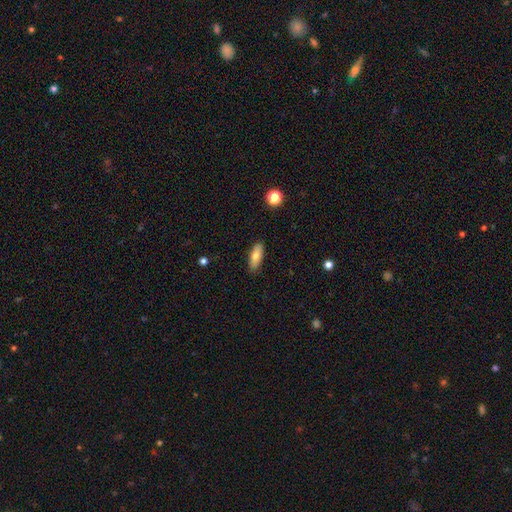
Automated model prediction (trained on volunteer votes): Overall: smooth (73%). How rounded: in between (67%; cigar-shaped 30%). Merging: none (87%).